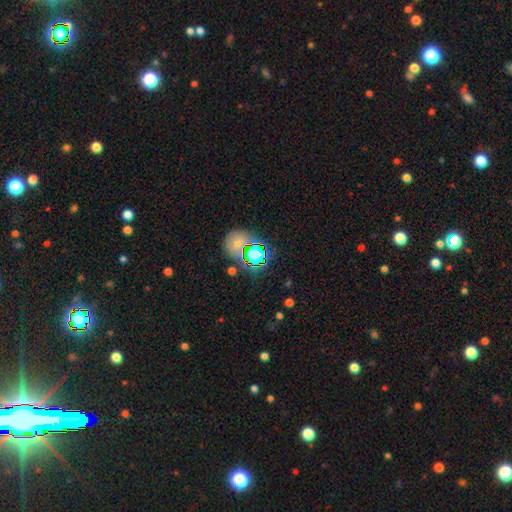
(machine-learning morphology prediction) smooth-or-featured: star or artifact: 65% | smooth: 22% | featured or disk: 13%